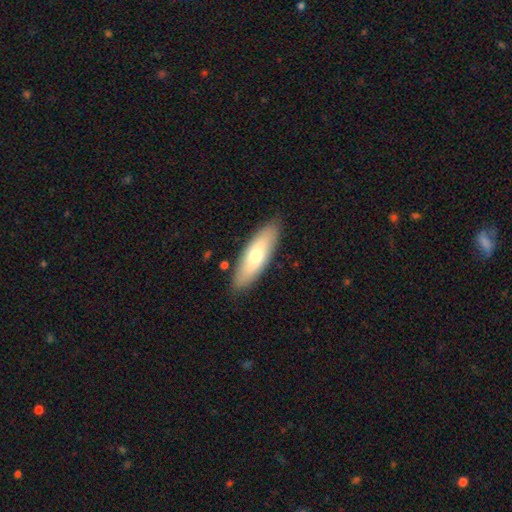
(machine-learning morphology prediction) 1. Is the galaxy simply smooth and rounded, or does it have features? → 63% smooth, 31% featured or disk, 6% star or artifact.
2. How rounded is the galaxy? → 55% in between, 43% cigar-shaped, 2% round.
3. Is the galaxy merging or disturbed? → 87% none, 9% minor disturbance, 2% major disturbance, 2% merger.